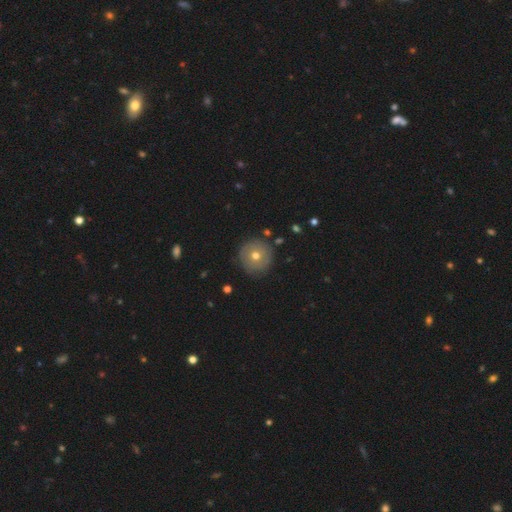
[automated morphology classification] A smooth galaxy with no disk features (64%) that is round (96%).

Vote fractions:
- Smooth or featured? smooth: 64% / featured or disk: 26% / star or artifact: 10%
- How rounded? round: 96% / in between: 3% / cigar-shaped: 1%
- Merging? none: 88% / minor disturbance: 8% / major disturbance: 3% / merger: 2%